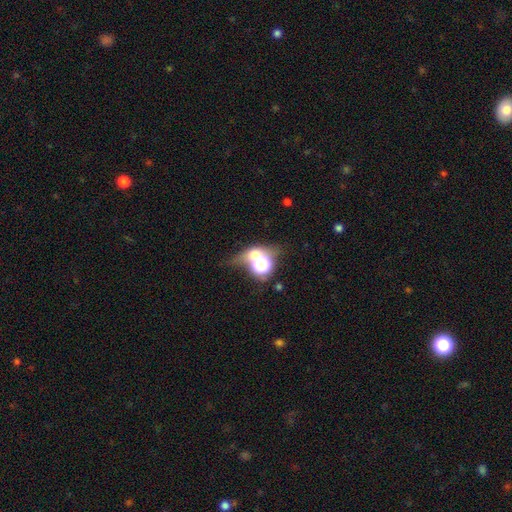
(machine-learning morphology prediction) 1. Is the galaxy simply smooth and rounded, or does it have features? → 49% smooth, 30% star or artifact, 22% featured or disk.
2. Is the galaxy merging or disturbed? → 39% none, 35% merger, 13% major disturbance, 13% minor disturbance.